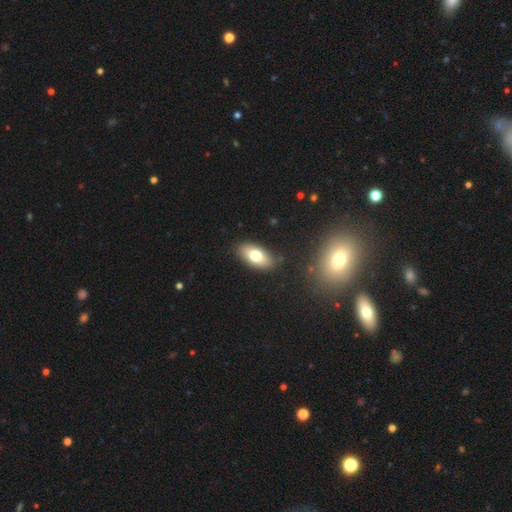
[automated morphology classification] Smooth or featured?
  - smooth: 72% *
  - featured or disk: 20%
  - star or artifact: 8%
How rounded?
  - in between: 89% *
  - cigar-shaped: 7%
  - round: 4%
Merging?
  - none: 85% *
  - minor disturbance: 11%
  - major disturbance: 3%
  - merger: 2%